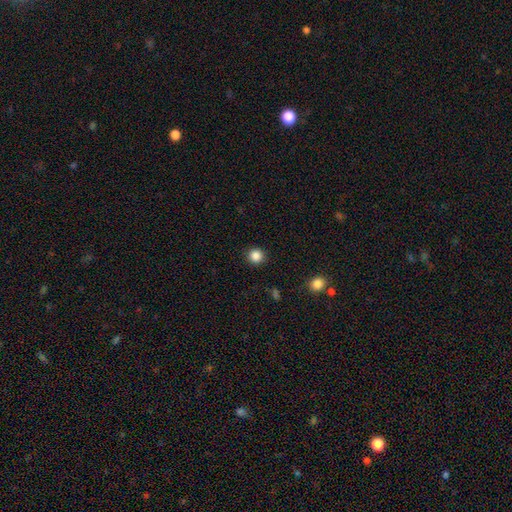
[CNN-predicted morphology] smooth_or_featured: smooth (p=0.86) [alt: star or artifact p=0.11]
how_rounded: round (p=0.93) [alt: in between p=0.06]
merging: none (p=0.91) [alt: minor disturbance p=0.06]